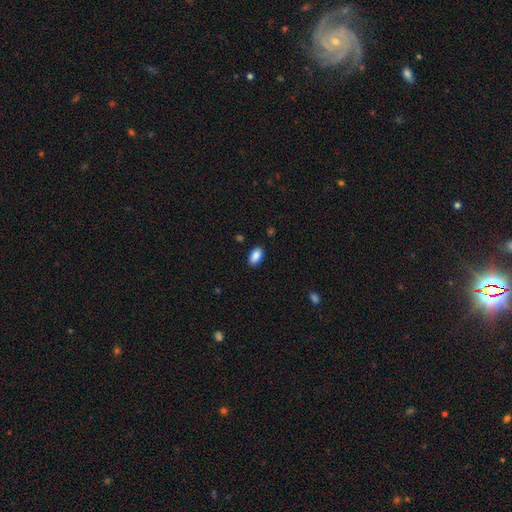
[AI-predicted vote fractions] smooth_or_featured: smooth (p=0.89) [alt: star or artifact p=0.07]
how_rounded: in between (p=0.93) [alt: round p=0.04]
merging: none (p=0.88) [alt: minor disturbance p=0.09]